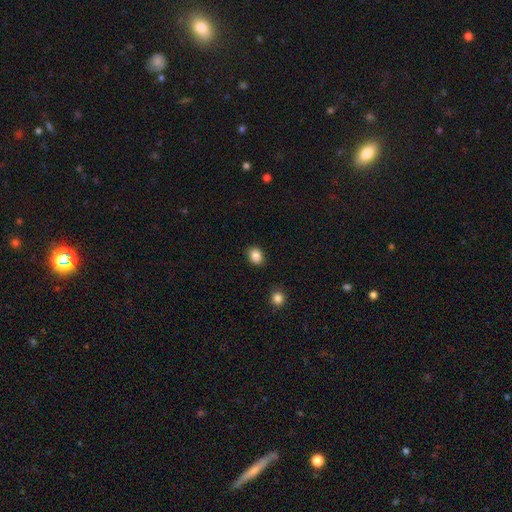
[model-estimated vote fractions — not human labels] Smooth or featured? smooth (86%)
How rounded? in between (53%)
Merging? none (87%)